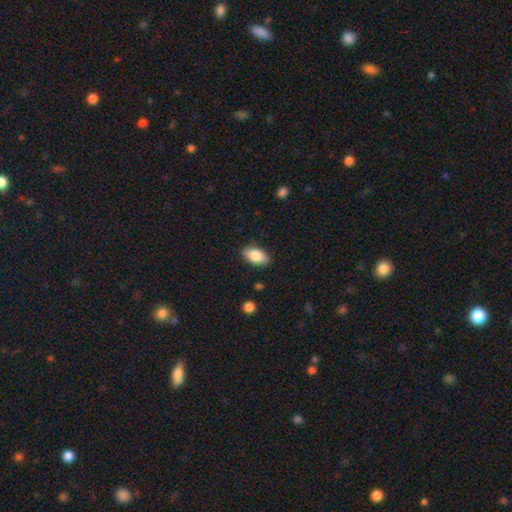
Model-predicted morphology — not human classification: smooth 85%, featured or disk 8%, star or artifact 7%. Down the decision tree: how rounded — in between (93%); merging — none (85%).